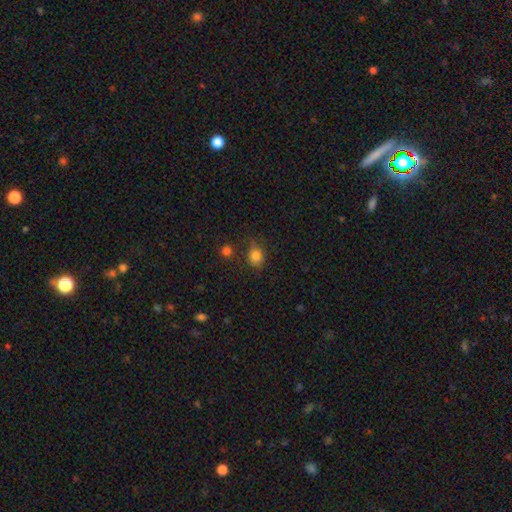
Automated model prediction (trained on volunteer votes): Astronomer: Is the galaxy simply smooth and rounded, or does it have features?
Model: smooth — 81%.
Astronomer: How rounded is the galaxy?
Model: round — 49%, tied with in between at 49%.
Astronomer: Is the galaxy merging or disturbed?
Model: none — 63%.